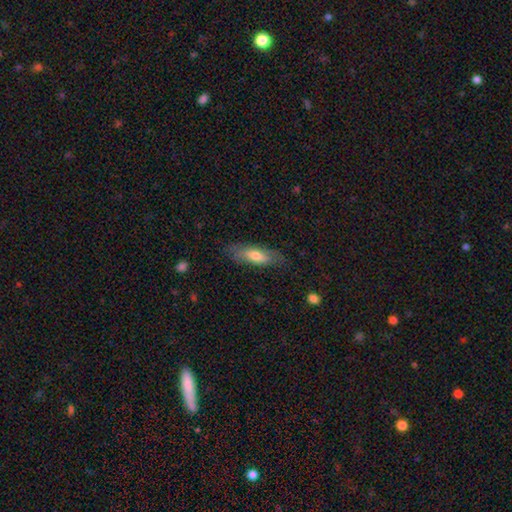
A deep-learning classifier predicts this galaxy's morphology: Overall: smooth (62%; featured or disk 32%). How rounded: in between (53%; cigar-shaped 44%). Merging: none (78%).